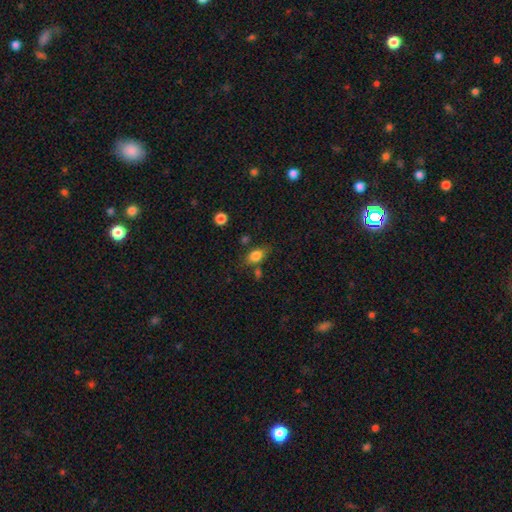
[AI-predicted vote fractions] smooth 82%, star or artifact 10%, featured or disk 8%. Down the decision tree: how rounded — in between (80%); merging — none (68%).